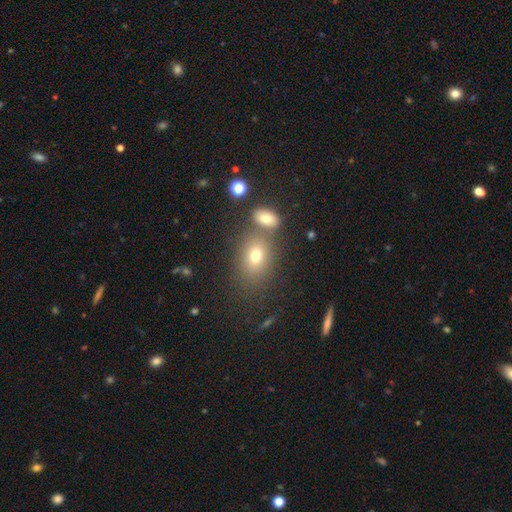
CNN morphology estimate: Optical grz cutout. It shows a smooth galaxy with no disk features (71%) that is in between round and cigar-shaped (67%). Merging: none (64%).